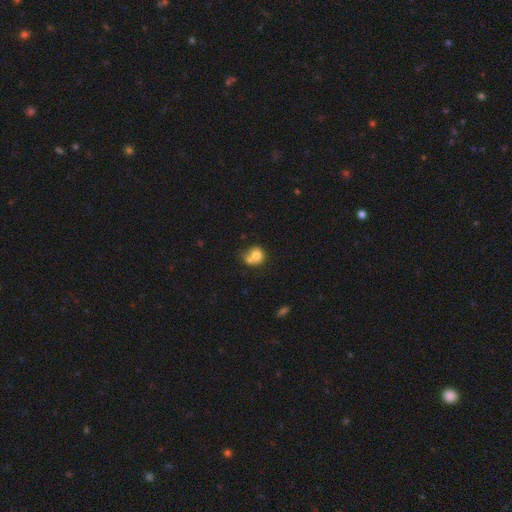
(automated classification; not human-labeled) Smooth or featured: smooth — 76% (featured or disk — 14%)
How rounded: round — 75% (in between — 24%)
Merging: merger — 45% (none — 35%)